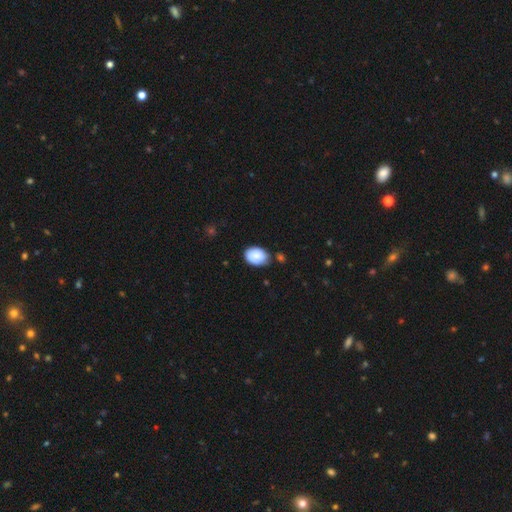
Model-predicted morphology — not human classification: This appears to be a smooth galaxy with no disk features (83%) that is in between round and cigar-shaped (78%). Merging: none (64%).